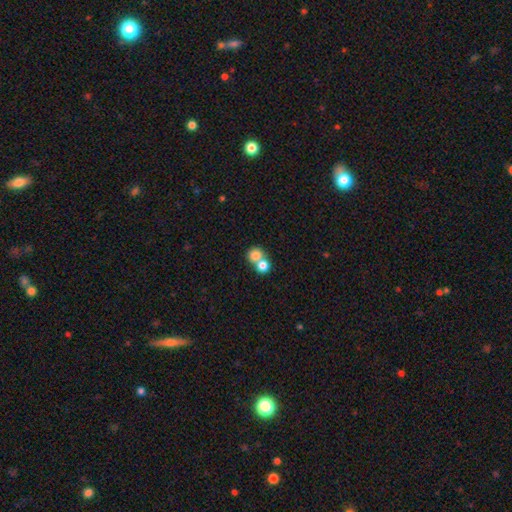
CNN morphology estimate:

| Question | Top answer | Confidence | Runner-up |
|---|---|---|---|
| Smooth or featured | smooth | 79% | featured or disk (11%) |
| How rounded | round | 81% | in between (18%) |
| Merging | merger | 58% | none (35%) |